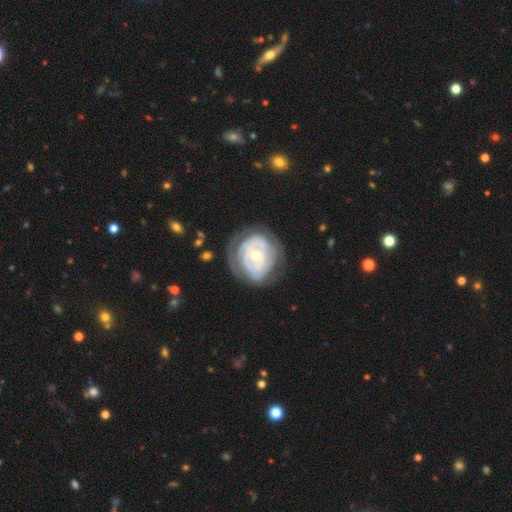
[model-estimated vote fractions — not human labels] Q: Smooth or featured?
A: featured or disk (76%); runner-up: smooth (19%)
Q: Edge-on disk?
A: no (97%); runner-up: yes (3%)
Q: Bar?
A: no (73%); runner-up: weak (21%)
Q: Spiral arms?
A: yes (69%); runner-up: no (31%)
Q: Spiral winding?
A: tight (74%); runner-up: medium (18%)
Q: Spiral arm count?
A: can't tell (53%); runner-up: 2 (23%)
Q: Bulge size?
A: moderate (52%); runner-up: small (43%)
Q: Merging?
A: none (62%); runner-up: minor disturbance (22%)